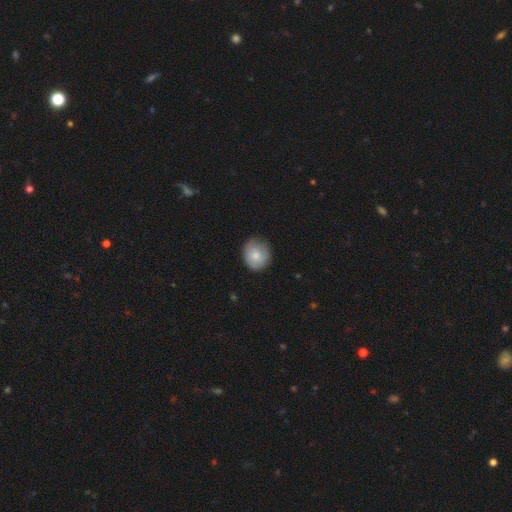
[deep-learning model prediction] smooth_or_featured: smooth (p=0.77) [alt: featured or disk p=0.16]
how_rounded: round (p=0.79) [alt: in between p=0.20]
merging: none (p=0.79) [alt: minor disturbance p=0.17]